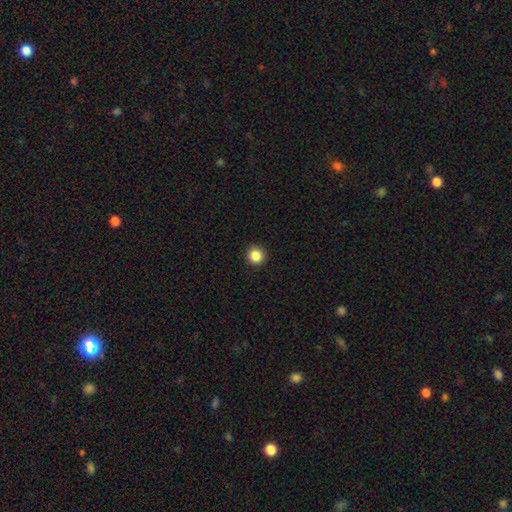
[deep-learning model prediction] A smooth galaxy with no disk features (86%) that is round (96%).

Vote fractions:
- Smooth or featured? smooth: 86% / star or artifact: 10% / featured or disk: 3%
- How rounded? round: 96% / in between: 3% / cigar-shaped: 1%
- Merging? none: 93% / minor disturbance: 4% / major disturbance: 1% / merger: 1%